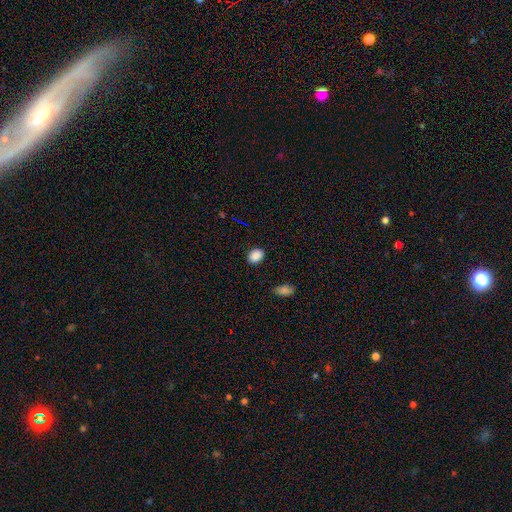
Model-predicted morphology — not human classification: type=smooth (88%); roundness=in between (65%); merging=none (88%).